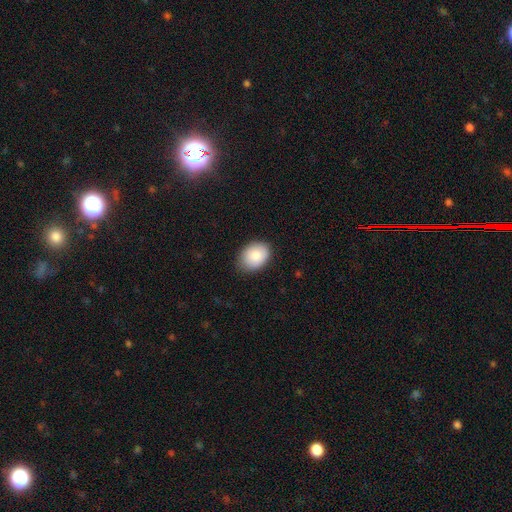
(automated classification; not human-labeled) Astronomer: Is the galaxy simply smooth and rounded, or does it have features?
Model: smooth — 85%.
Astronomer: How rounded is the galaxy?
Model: in between — 75%.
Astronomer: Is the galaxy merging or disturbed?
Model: none — 80%.